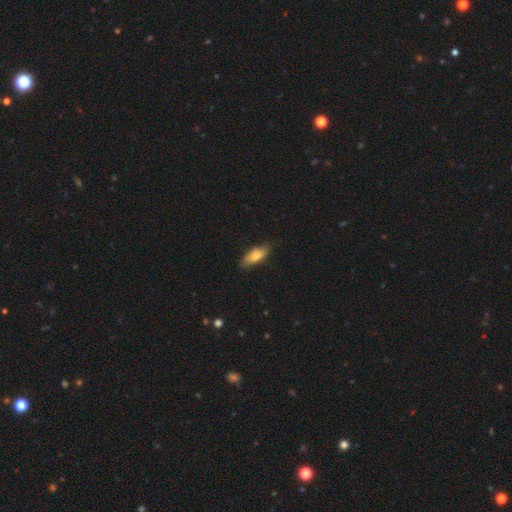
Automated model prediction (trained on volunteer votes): Smooth or featured: smooth — 78% (featured or disk — 15%)
How rounded: in between — 70% (cigar-shaped — 27%)
Merging: none — 75% (minor disturbance — 20%)